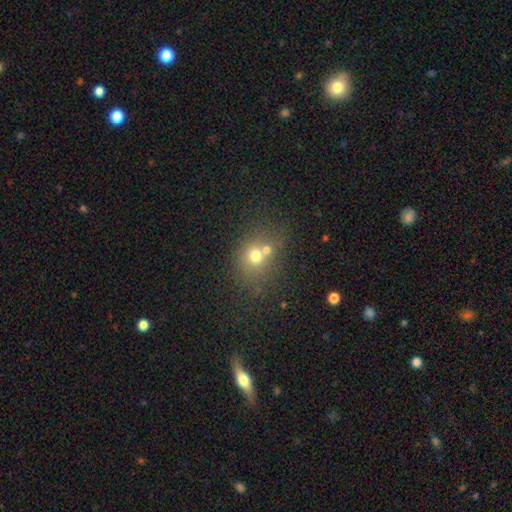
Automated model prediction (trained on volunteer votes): smooth-or-featured: smooth: 67% | featured or disk: 17% | star or artifact: 16%
  how-rounded: round: 73% | in between: 26% | cigar-shaped: 1%
  merging: merger: 46% | none: 42% | minor disturbance: 8% | major disturbance: 4%